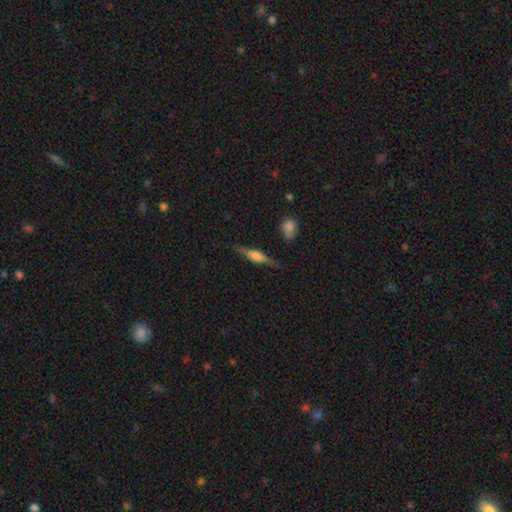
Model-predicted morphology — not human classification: smooth-or-featured: featured or disk: 61% | smooth: 31% | star or artifact: 7%
  disk-edge-on: yes: 96% | no: 4%
    edge-on-bulge: rounded: 68% | boxy: 27% | none: 5%
  merging: none: 81% | minor disturbance: 13% | major disturbance: 4% | merger: 2%